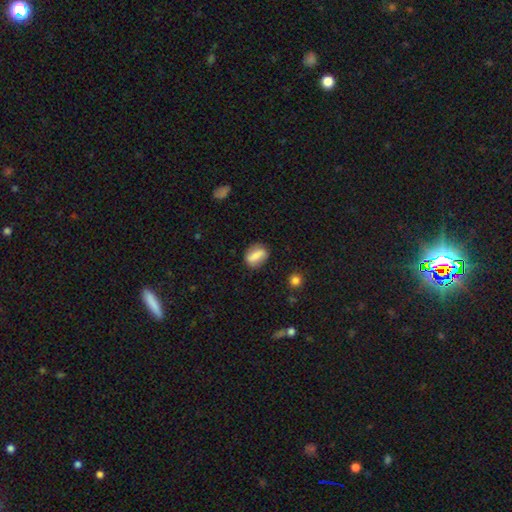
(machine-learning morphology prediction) This appears to be a smooth galaxy with no disk features (71%) that is in between round and cigar-shaped (71%). Merging: none (80%).